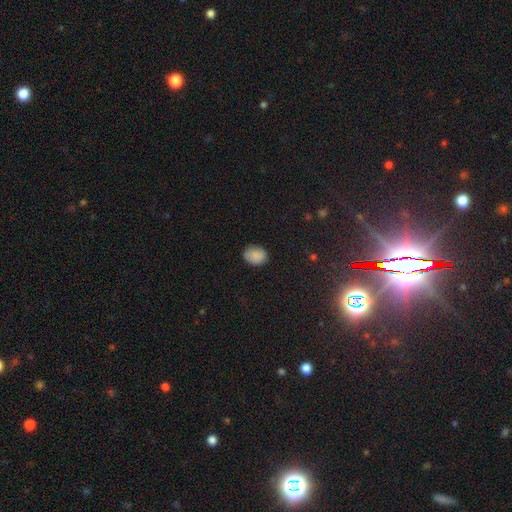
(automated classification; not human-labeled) smooth_or_featured: smooth (p=0.86) [alt: star or artifact p=0.09]
how_rounded: in between (p=0.64) [alt: round p=0.35]
merging: none (p=0.82) [alt: minor disturbance p=0.14]